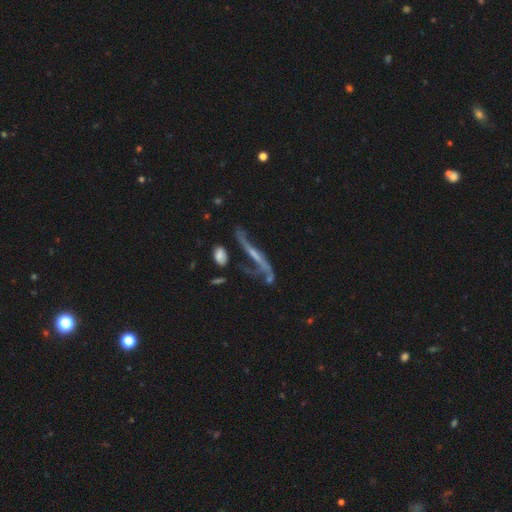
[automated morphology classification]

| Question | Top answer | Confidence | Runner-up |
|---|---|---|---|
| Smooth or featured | featured or disk | 72% | smooth (18%) |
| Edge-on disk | no | 53% | yes (47%) |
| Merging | none | 40% | major disturbance (24%) |